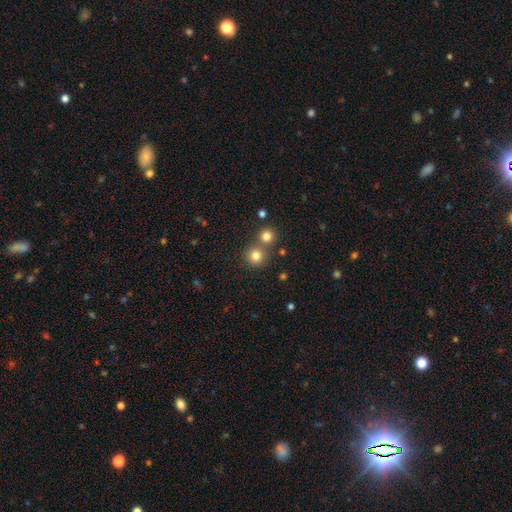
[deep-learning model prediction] Smooth or featured? Predicted: smooth (p=0.79). How rounded? Predicted: round (p=0.92). Merging? Predicted: none (p=0.66).